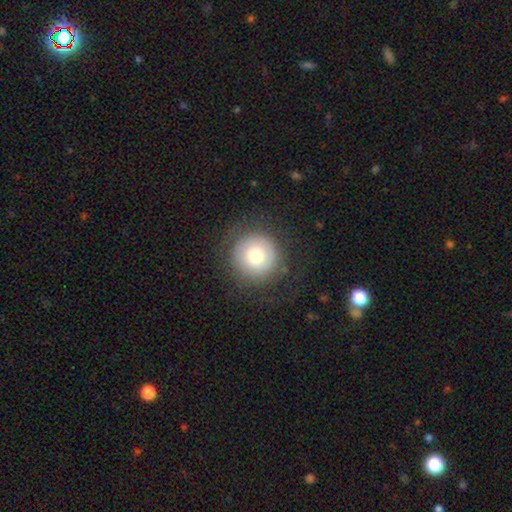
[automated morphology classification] Smooth or featured: smooth — 73% (featured or disk — 17%)
How rounded: round — 96% (in between — 3%)
Merging: none — 83% (minor disturbance — 10%)